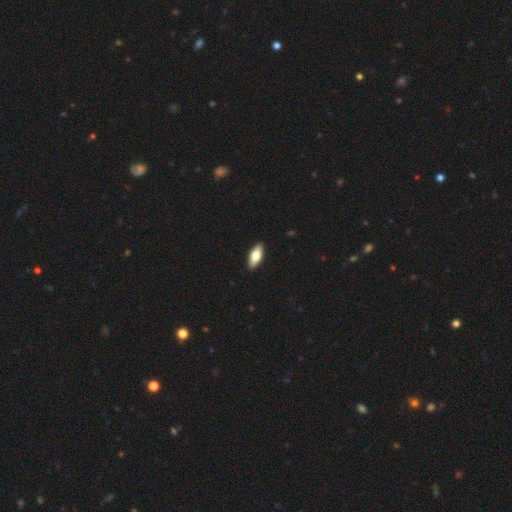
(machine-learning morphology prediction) The model was most divided on "smooth or featured": smooth: 72%, featured or disk: 22%, star or artifact: 5%. More confident: merging — none (91%); how rounded — in between (79%).